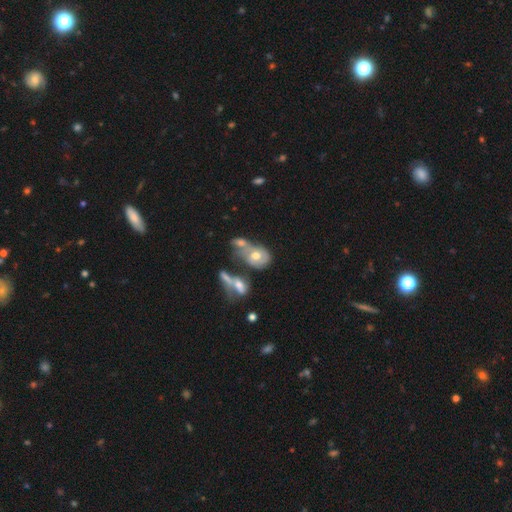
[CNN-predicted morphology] Smooth or featured? featured or disk (50%)
Merging? merger (60%)